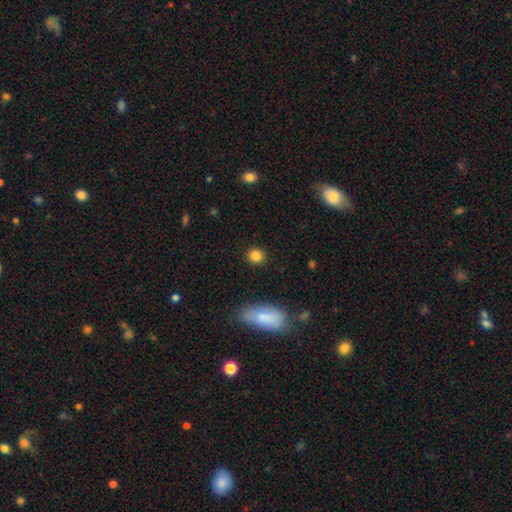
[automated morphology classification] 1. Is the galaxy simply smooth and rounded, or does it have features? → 85% smooth, 10% star or artifact, 5% featured or disk.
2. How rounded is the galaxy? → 84% round, 15% in between, 2% cigar-shaped.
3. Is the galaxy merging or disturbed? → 89% none, 7% minor disturbance, 2% major disturbance, 2% merger.